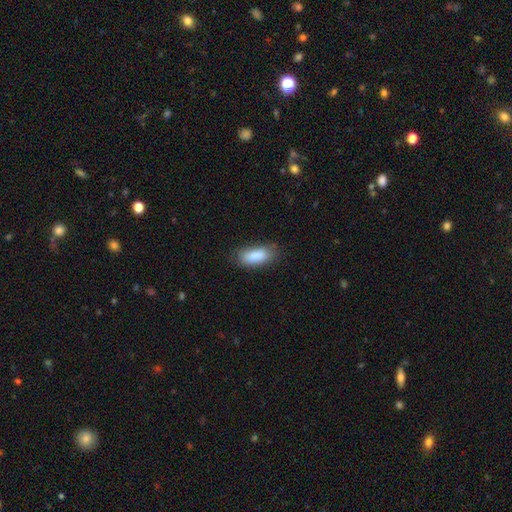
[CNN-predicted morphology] This appears to be a smooth galaxy with no disk features (87%) that is in between round and cigar-shaped (81%). Merging: none (77%).